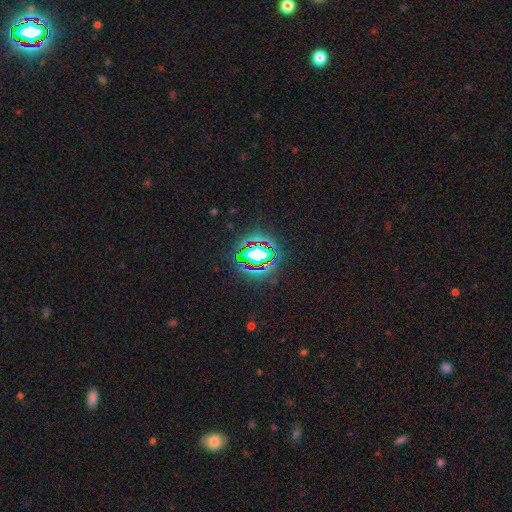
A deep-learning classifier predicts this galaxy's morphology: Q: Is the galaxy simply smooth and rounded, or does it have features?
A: star or artifact — 68%.